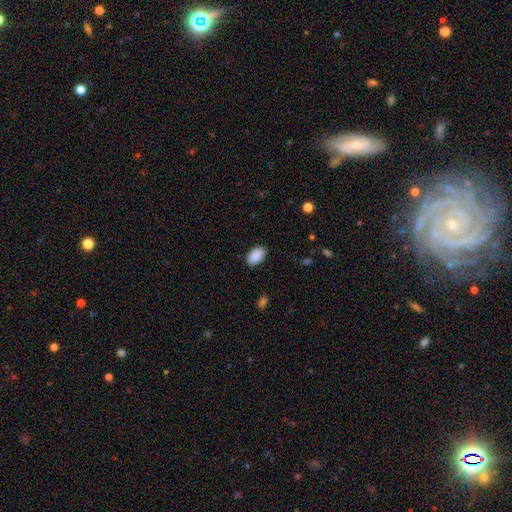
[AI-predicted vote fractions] This appears to be a smooth galaxy with no disk features (90%) that is in between round and cigar-shaped (93%). Merging: none (88%).